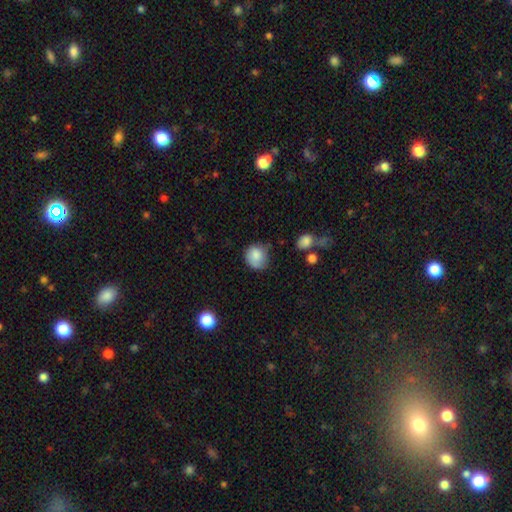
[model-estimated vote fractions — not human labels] Overall: smooth (82%). How rounded: round (76%). Merging: none (54%; minor disturbance 33%).